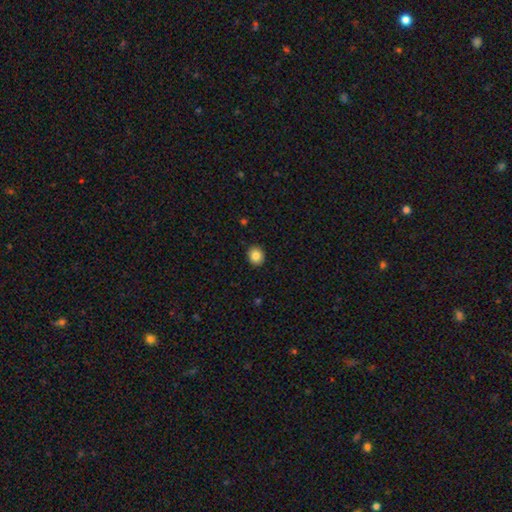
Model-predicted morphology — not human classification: type=smooth (84%); roundness=round (81%); merging=none (91%).